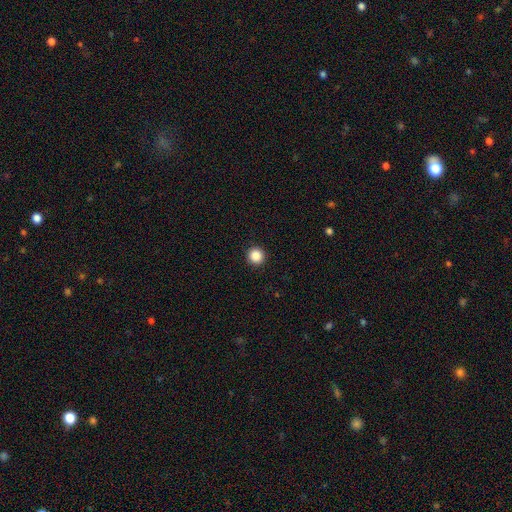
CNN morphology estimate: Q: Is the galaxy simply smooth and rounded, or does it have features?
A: smooth — 87%.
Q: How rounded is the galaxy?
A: round — 96%.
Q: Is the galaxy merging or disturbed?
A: none — 94%.